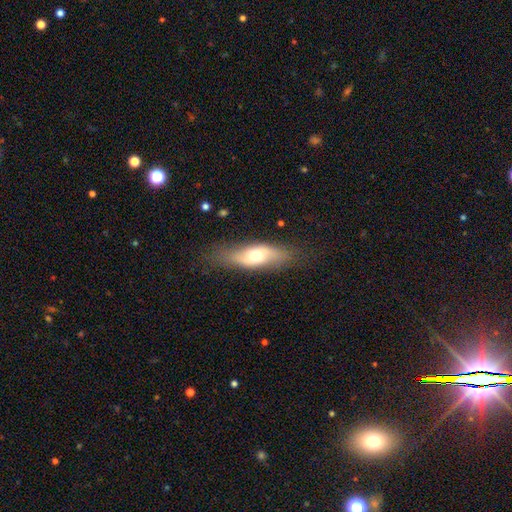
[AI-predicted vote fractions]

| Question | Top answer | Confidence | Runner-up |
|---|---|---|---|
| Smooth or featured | smooth | 54% | featured or disk (39%) |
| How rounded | in between | 64% | cigar-shaped (32%) |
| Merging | none | 74% | minor disturbance (19%) |